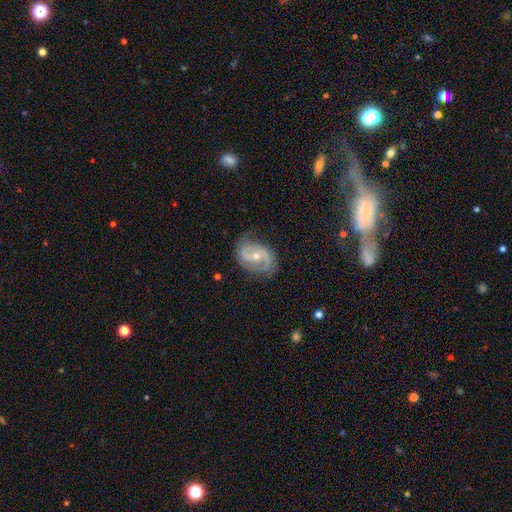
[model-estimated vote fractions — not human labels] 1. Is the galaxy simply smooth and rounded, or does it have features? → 86% featured or disk, 9% smooth, 5% star or artifact.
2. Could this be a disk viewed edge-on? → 97% no, 3% yes.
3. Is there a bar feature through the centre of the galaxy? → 47% weak, 33% no, 21% strong.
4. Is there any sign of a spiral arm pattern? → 95% yes, 5% no.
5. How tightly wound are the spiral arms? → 52% medium, 25% loose, 23% tight.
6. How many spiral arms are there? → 89% 2, 5% can't tell, 2% 1, 2% 3, 1% 4, 1% more than 4.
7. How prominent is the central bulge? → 53% small, 44% moderate, 1% none, 1% large, 1% dominant.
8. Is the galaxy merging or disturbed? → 73% none, 20% minor disturbance, 6% major disturbance, 1% merger.